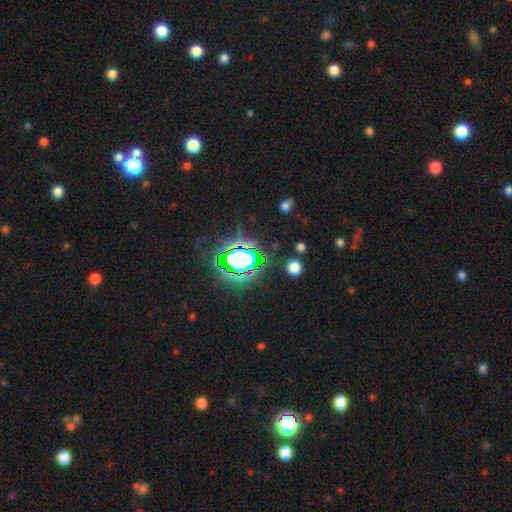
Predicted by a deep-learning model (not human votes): This appears to be a star or artifact, not a galaxy (82%).